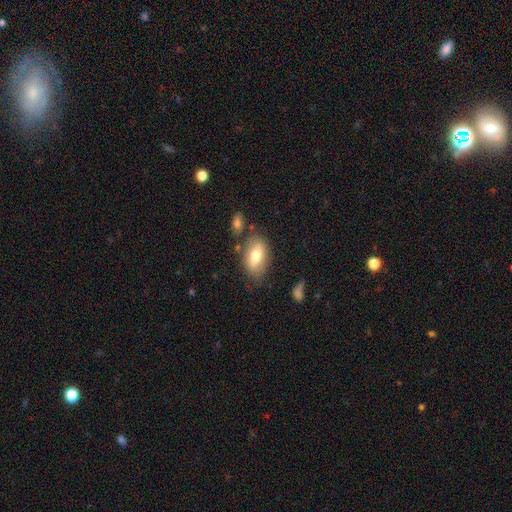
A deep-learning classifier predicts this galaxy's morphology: smooth 66%, featured or disk 27%, star or artifact 7%. Down the decision tree: how rounded — in between (89%); merging — none (72%).